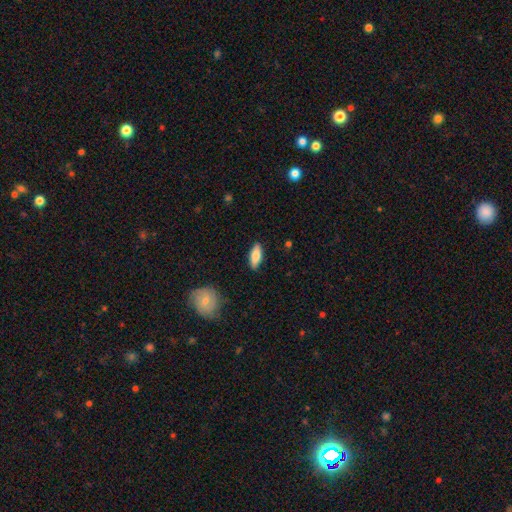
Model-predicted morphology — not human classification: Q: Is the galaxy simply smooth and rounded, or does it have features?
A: smooth — 78%.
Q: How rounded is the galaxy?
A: in between — 72%.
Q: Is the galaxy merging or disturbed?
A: none — 87%.